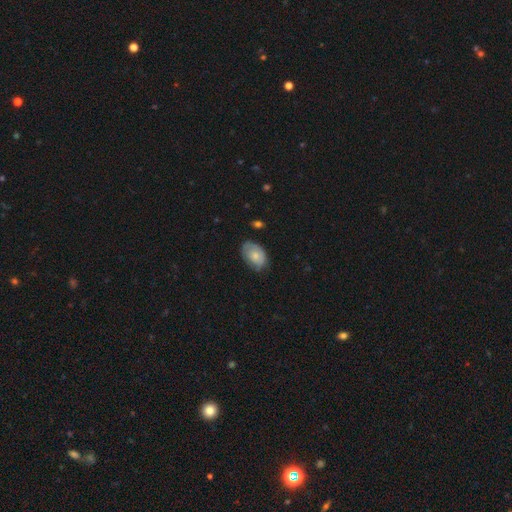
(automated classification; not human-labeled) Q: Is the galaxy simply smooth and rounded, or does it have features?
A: smooth — 62%.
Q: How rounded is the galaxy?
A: in between — 86%.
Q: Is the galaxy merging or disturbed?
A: none — 62%.